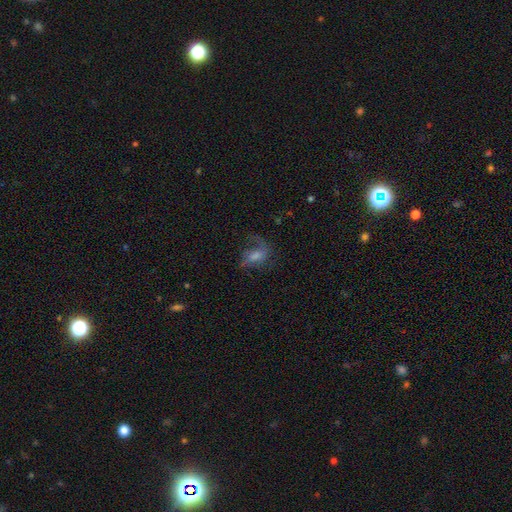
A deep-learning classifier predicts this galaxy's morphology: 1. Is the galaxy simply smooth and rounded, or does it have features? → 55% featured or disk, 29% smooth, 16% star or artifact.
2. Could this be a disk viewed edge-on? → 95% no, 5% yes.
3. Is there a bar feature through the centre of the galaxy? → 46% no, 41% weak, 13% strong.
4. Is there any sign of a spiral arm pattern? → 84% yes, 16% no.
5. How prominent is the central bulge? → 40% moderate, 30% small, 14% none, 13% large, 3% dominant.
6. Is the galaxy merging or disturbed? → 52% none, 27% major disturbance, 19% minor disturbance, 2% merger.